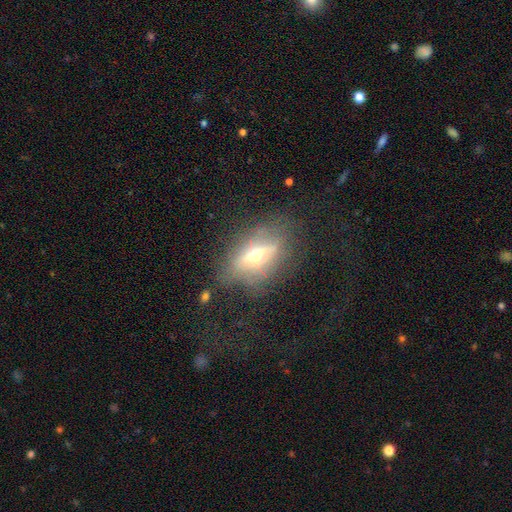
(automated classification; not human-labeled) This appears to be a featured or disk galaxy (55%) viewed edge-on (58%). Merging: none (62%).